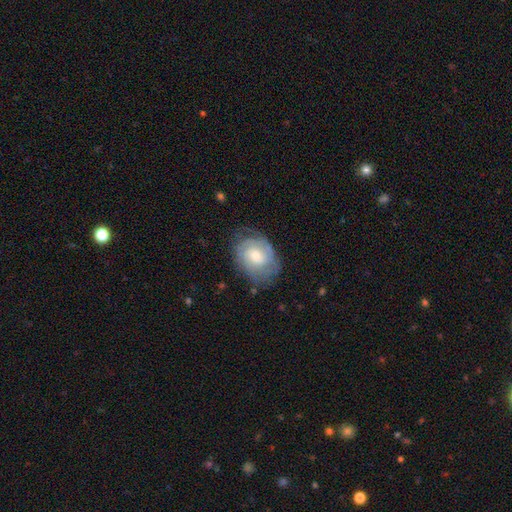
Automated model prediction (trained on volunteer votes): Smooth or featured? Predicted: featured or disk (p=0.60). Edge-on disk? Predicted: no (p=0.97). Bar? Predicted: no (p=0.69). Spiral arms? Predicted: yes (p=0.82). Bulge size? Predicted: moderate (p=0.53). Merging? Predicted: none (p=0.63).